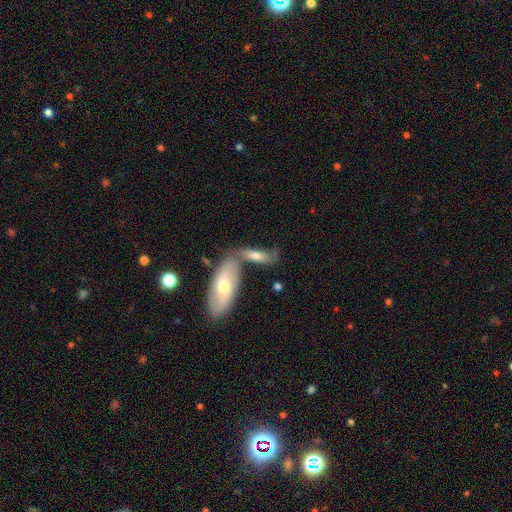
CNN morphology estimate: type=smooth (62%); roundness=in between (66%); merging=merger (42%).